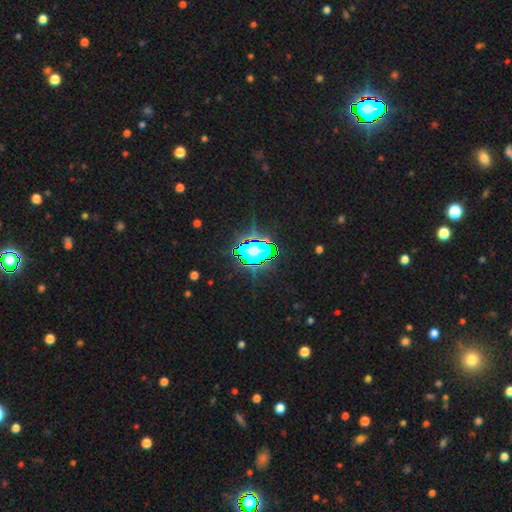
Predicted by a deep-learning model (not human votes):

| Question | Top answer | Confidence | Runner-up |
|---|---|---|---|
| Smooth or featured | star or artifact | 67% | smooth (20%) |